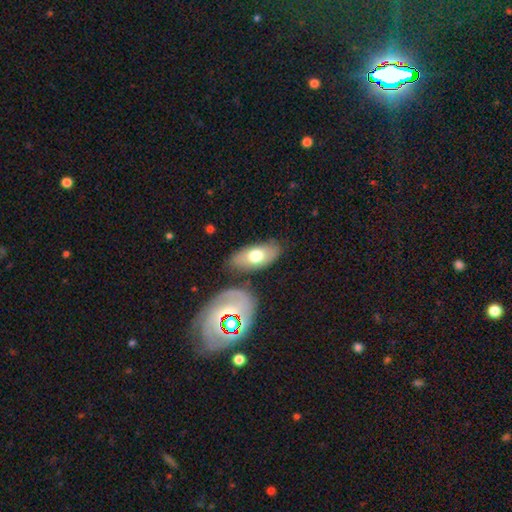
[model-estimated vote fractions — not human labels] Overall: smooth (65%; featured or disk 28%). How rounded: in between (90%). Merging: none (75%).